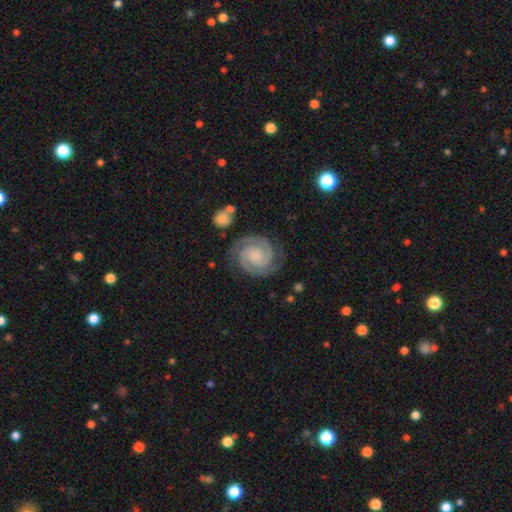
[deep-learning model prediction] featured or disk 89%, smooth 6%, star or artifact 5%. Down the decision tree: edge-on disk — no (98%); bar — no (65%); spiral arms — yes (98%); spiral arm count — 2 (87%); spiral winding — tight (75%); bulge size — small (45%); merging — none (81%).